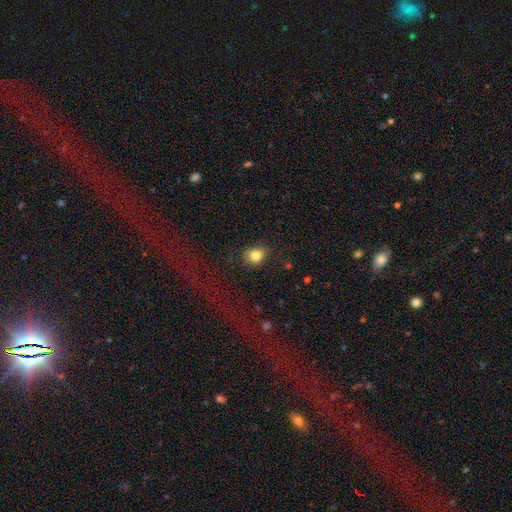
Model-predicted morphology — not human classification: smooth 84%, star or artifact 10%, featured or disk 6%. Down the decision tree: how rounded — round (65%); merging — none (83%).